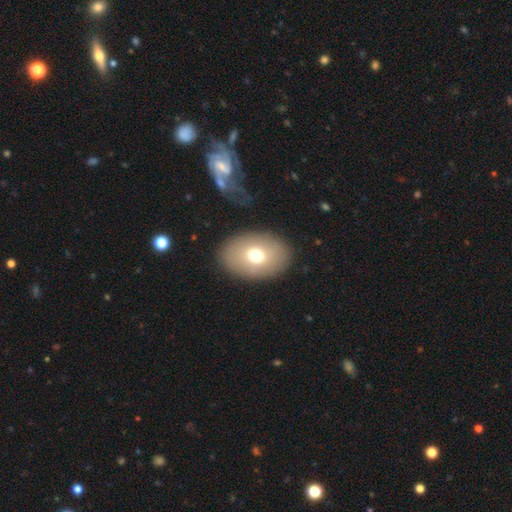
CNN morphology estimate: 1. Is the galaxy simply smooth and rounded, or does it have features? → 69% smooth, 22% featured or disk, 9% star or artifact.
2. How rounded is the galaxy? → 76% in between, 23% round, 1% cigar-shaped.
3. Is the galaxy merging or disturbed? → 87% none, 8% minor disturbance, 4% major disturbance, 1% merger.